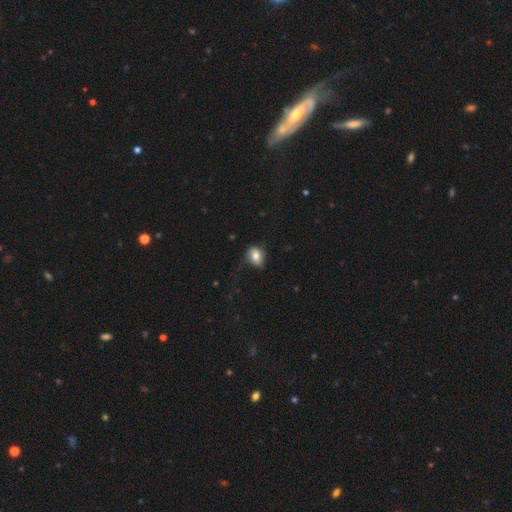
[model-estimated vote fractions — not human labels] Smooth or featured: smooth — 79% (featured or disk — 12%)
How rounded: in between — 56% (round — 43%)
Merging: none — 60% (minor disturbance — 28%)